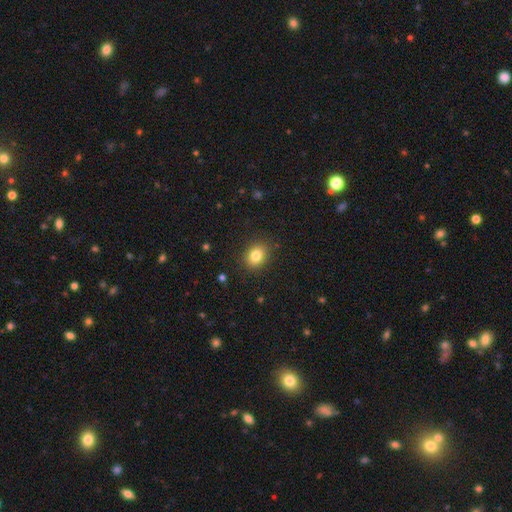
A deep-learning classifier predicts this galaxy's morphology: A smooth galaxy with no disk features (82%) that is in between round and cigar-shaped (50%). Merging: none (87%).